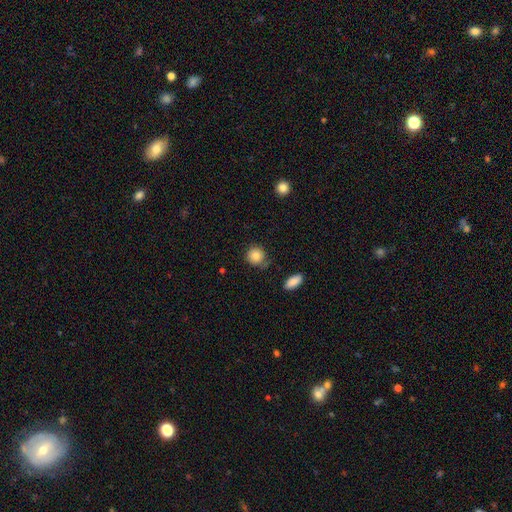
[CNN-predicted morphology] Overall: smooth (85%). How rounded: round (88%). Merging: none (76%).